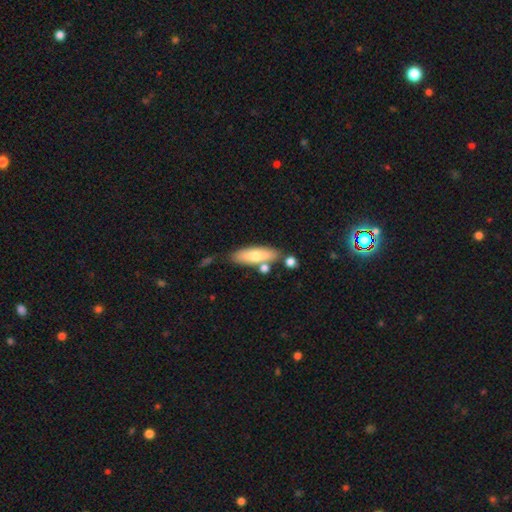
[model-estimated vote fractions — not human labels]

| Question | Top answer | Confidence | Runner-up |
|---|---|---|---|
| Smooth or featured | smooth | 67% | featured or disk (27%) |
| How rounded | cigar-shaped | 50% | in between (48%) |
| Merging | none | 70% | minor disturbance (14%) |